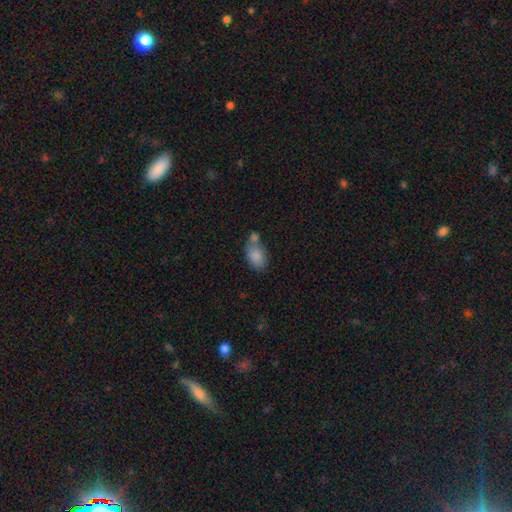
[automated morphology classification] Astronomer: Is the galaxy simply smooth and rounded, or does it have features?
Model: smooth — 83%.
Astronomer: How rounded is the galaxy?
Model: in between — 89%.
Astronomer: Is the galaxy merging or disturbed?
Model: none — 40% (runner-up: merger, 35%).